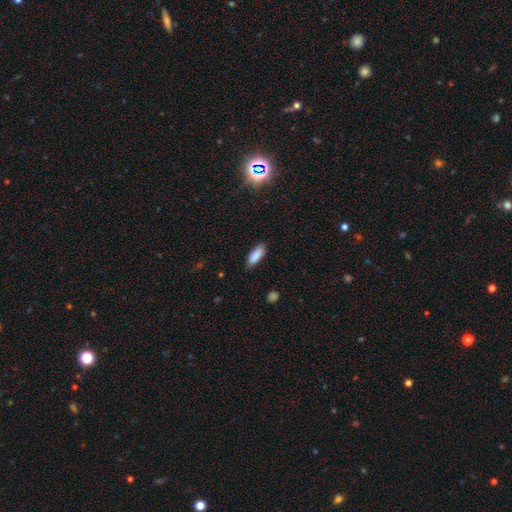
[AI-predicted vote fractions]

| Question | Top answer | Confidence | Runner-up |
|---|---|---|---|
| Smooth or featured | smooth | 87% | star or artifact (7%) |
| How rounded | in between | 70% | cigar-shaped (28%) |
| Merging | none | 84% | minor disturbance (13%) |